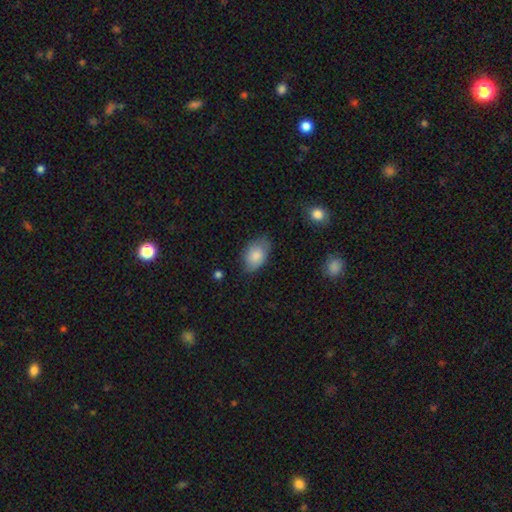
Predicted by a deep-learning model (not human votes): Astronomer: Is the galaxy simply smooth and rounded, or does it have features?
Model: smooth — 82%.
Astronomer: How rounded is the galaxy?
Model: in between — 89%.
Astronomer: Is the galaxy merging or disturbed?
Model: none — 66%.